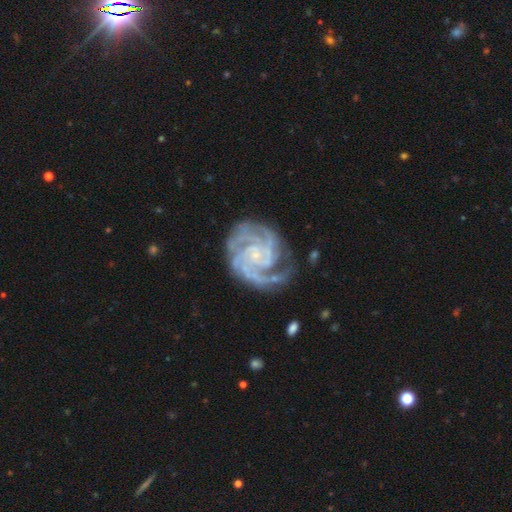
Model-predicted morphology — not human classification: The model was most divided on "spiral arm count": 3: 35%, 4: 25%, 2: 13%, can't tell: 12%, more than 4: 8%, 1: 7%. More confident: spiral arms — yes (99%); edge-on disk — no (98%); smooth or featured — featured or disk (92%); bulge size — small (80%); merging — none (71%); bar — no (69%); spiral winding — tight (66%).